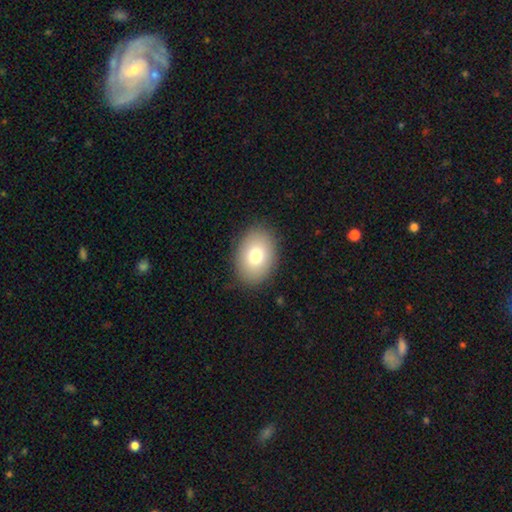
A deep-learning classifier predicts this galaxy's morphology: Overall: smooth (79%). How rounded: in between (78%). Merging: none (87%).